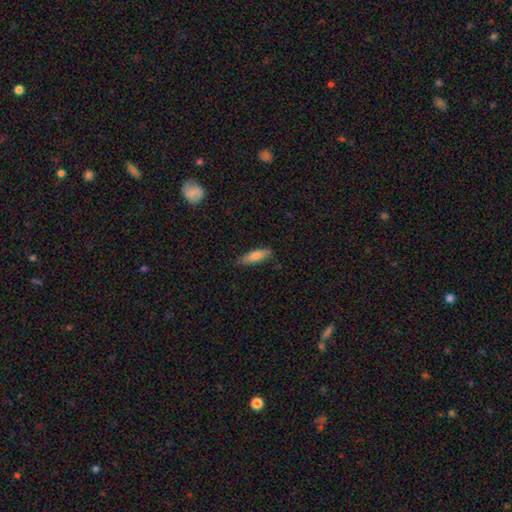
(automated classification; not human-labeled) This appears to be a smooth galaxy with no disk features (78%) that is cigar-shaped (57%). Merging: none (82%).